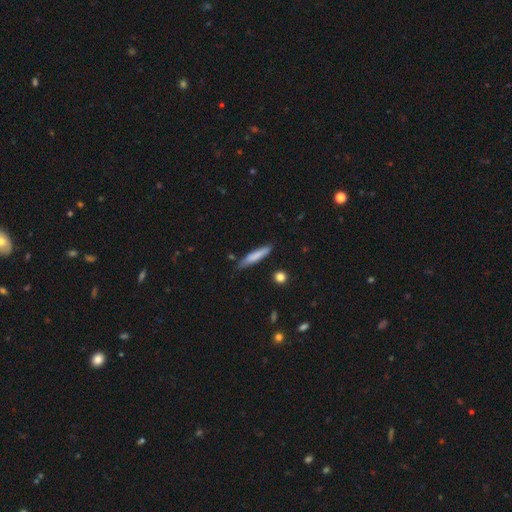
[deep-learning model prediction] Smooth or featured? smooth (77%)
How rounded? cigar-shaped (89%)
Merging? none (79%)